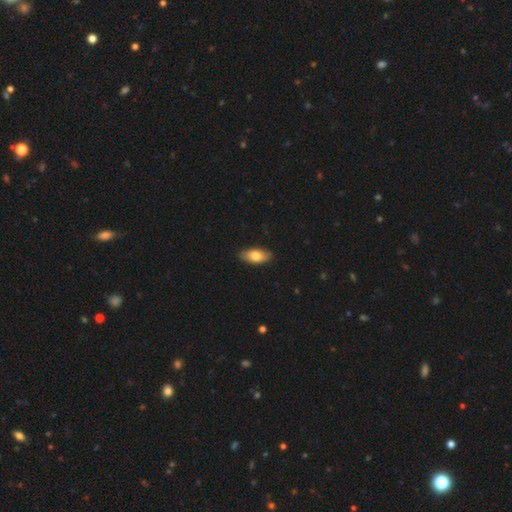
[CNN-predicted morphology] smooth_or_featured: smooth (p=0.76) [alt: featured or disk p=0.18]
how_rounded: in between (p=0.90) [alt: cigar-shaped p=0.08]
merging: none (p=0.87) [alt: minor disturbance p=0.10]